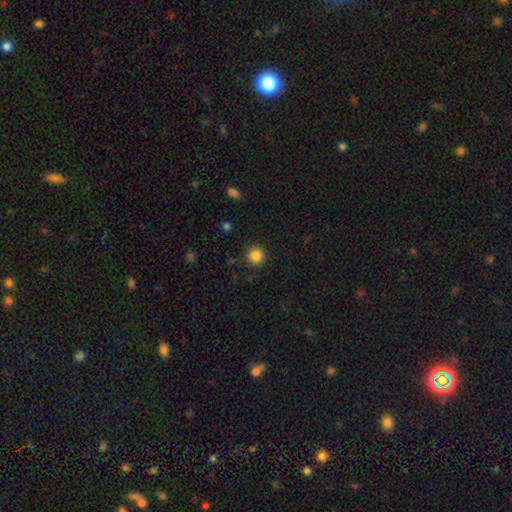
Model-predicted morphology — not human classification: type=smooth (85%); roundness=round (95%); merging=none (89%).